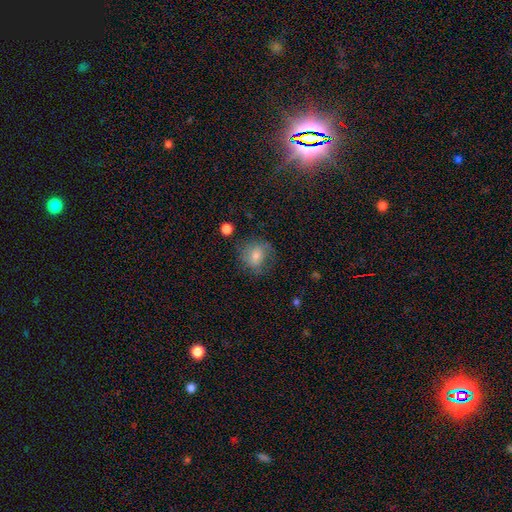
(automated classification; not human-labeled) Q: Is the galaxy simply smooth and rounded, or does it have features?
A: smooth — 66%.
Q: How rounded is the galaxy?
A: round — 72%.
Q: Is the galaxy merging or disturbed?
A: none — 66%.